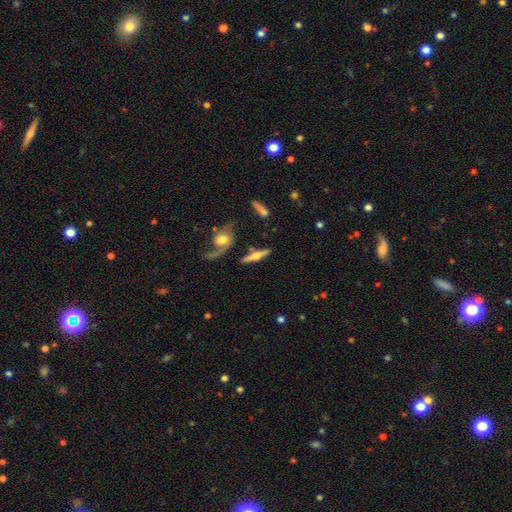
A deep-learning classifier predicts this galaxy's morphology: Smooth or featured? Predicted: featured or disk (p=0.70). Edge-on disk? Predicted: yes (p=0.90). Edge-on bulge? Predicted: rounded (p=0.94). Merging? Predicted: none (p=0.68).